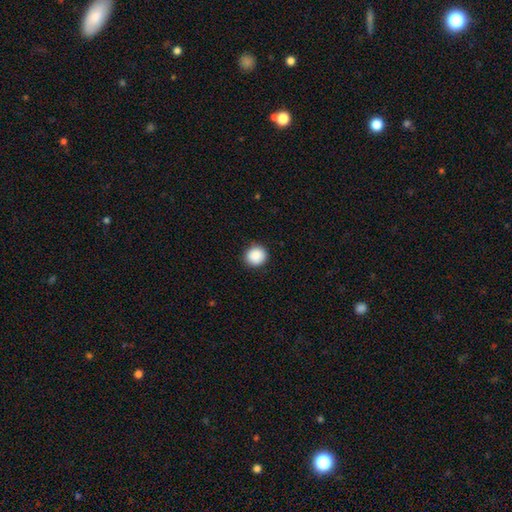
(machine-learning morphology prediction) Q: Smooth or featured?
A: smooth (89%); runner-up: star or artifact (8%)
Q: How rounded?
A: round (91%); runner-up: in between (8%)
Q: Merging?
A: none (90%); runner-up: minor disturbance (7%)